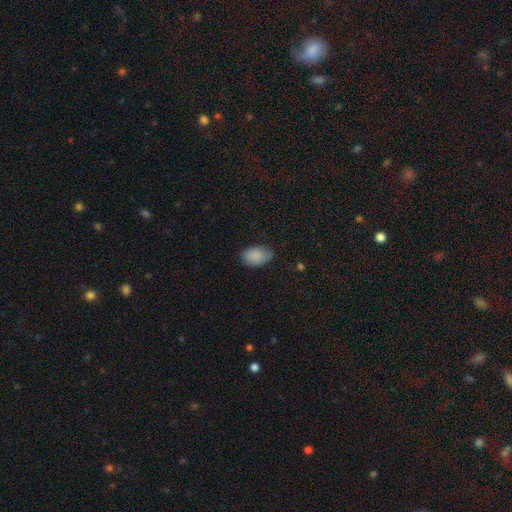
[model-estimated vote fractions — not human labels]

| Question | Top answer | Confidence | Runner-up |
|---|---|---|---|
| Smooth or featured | smooth | 88% | star or artifact (7%) |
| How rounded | in between | 89% | round (10%) |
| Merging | none | 74% | minor disturbance (21%) |